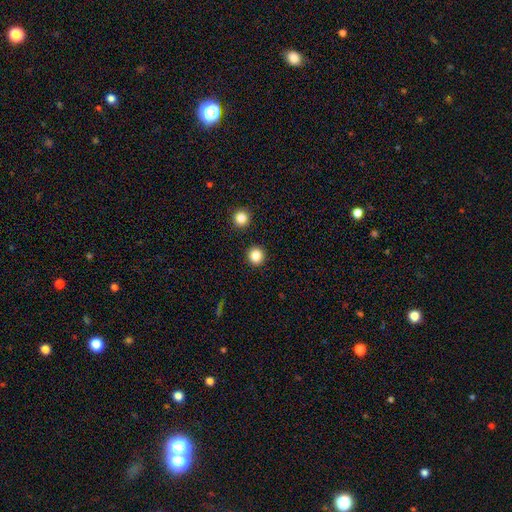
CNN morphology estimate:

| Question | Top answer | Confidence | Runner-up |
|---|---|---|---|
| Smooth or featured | smooth | 84% | star or artifact (11%) |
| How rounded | round | 92% | in between (7%) |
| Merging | none | 92% | minor disturbance (5%) |